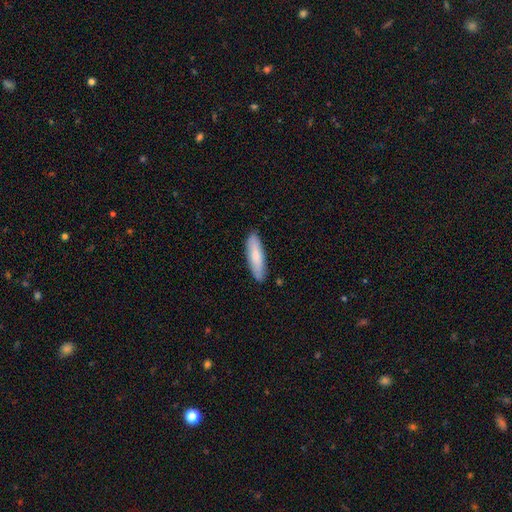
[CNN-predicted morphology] Smooth or featured? Predicted: smooth (p=0.77). How rounded? Predicted: cigar-shaped (p=0.65). Merging? Predicted: none (p=0.87).